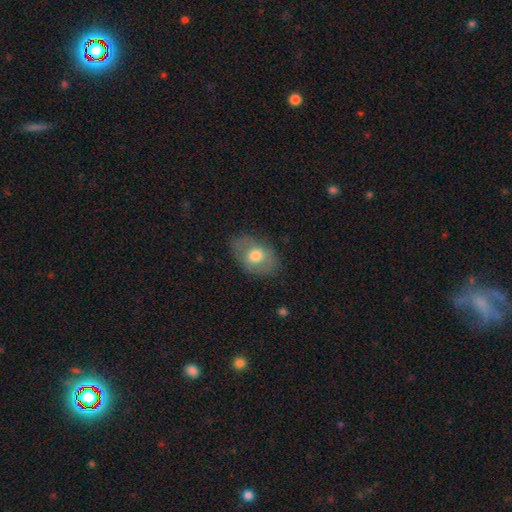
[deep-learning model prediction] smooth-or-featured: smooth: 64% | featured or disk: 28% | star or artifact: 7%
  how-rounded: in between: 79% | round: 20% | cigar-shaped: 1%
  merging: none: 74% | minor disturbance: 18% | major disturbance: 6% | merger: 1%